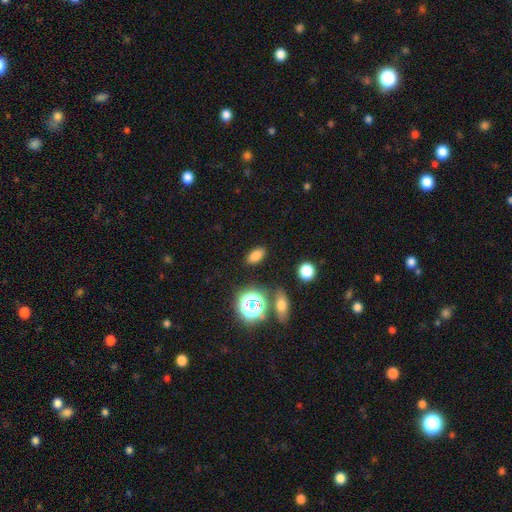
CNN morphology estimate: The model was most divided on "smooth or featured": smooth: 78%, star or artifact: 15%, featured or disk: 7%. More confident: merging — none (85%); how rounded — in between (85%).